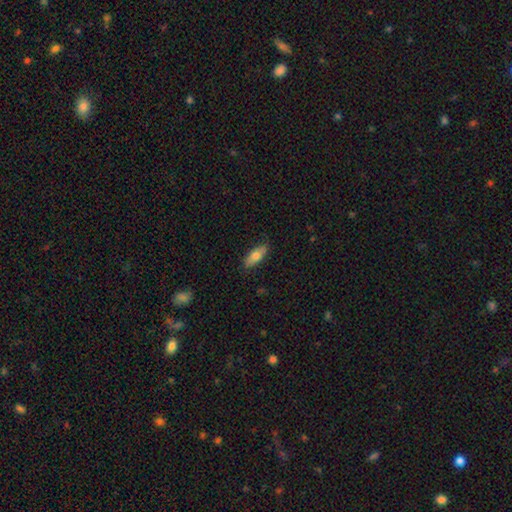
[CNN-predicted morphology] Smooth or featured?
  - smooth: 72% *
  - featured or disk: 22%
  - star or artifact: 6%
How rounded?
  - in between: 71% *
  - cigar-shaped: 26%
  - round: 3%
Merging?
  - none: 86% *
  - minor disturbance: 11%
  - major disturbance: 2%
  - merger: 1%